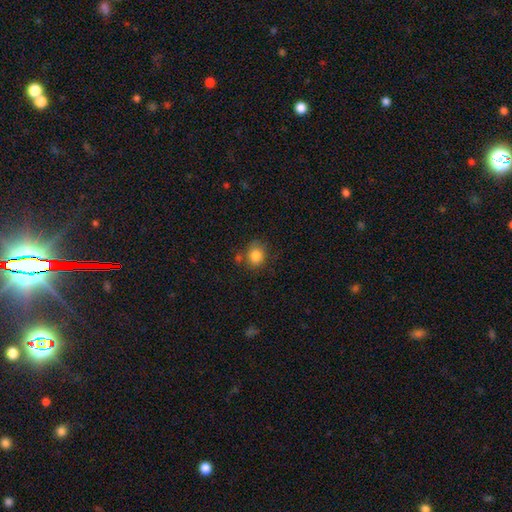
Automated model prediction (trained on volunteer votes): This is clearly a smooth galaxy (83%). How rounded: likely round (65%). Merging: likely none (68%).